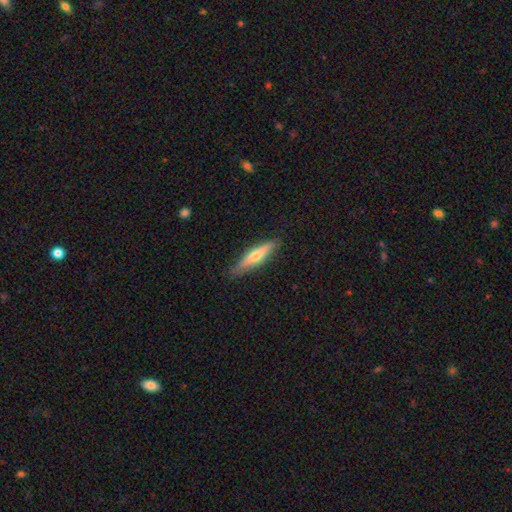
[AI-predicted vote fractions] Q: Smooth or featured?
A: featured or disk (50%); runner-up: smooth (44%)
Q: Merging?
A: none (85%); runner-up: minor disturbance (12%)